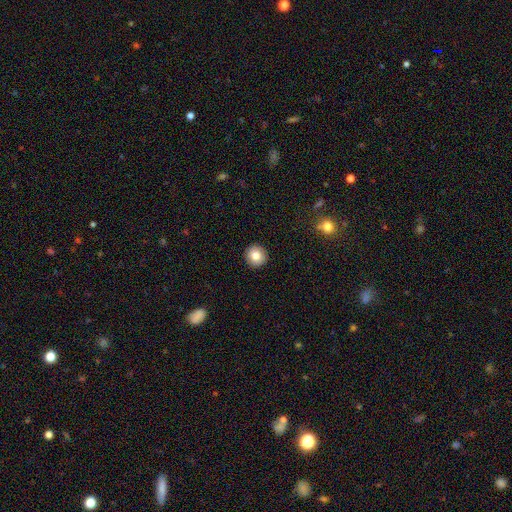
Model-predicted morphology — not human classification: Smooth or featured? smooth (82%)
How rounded? round (95%)
Merging? none (93%)